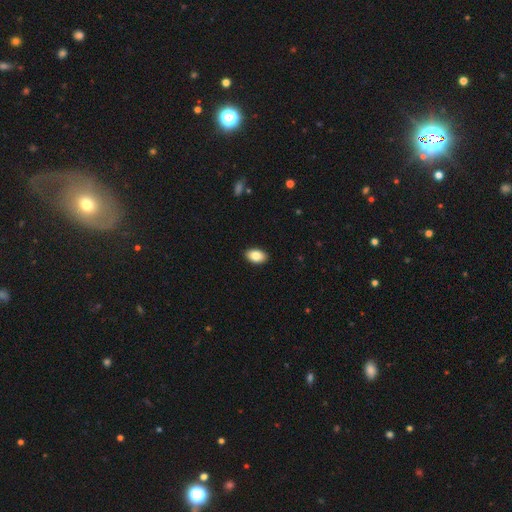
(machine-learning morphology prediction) A smooth galaxy with no disk features (85%) that is in between round and cigar-shaped (91%).

Vote fractions:
- Smooth or featured? smooth: 85% / featured or disk: 8% / star or artifact: 7%
- How rounded? in between: 91% / round: 7% / cigar-shaped: 1%
- Merging? none: 90% / minor disturbance: 7% / major disturbance: 2% / merger: 1%